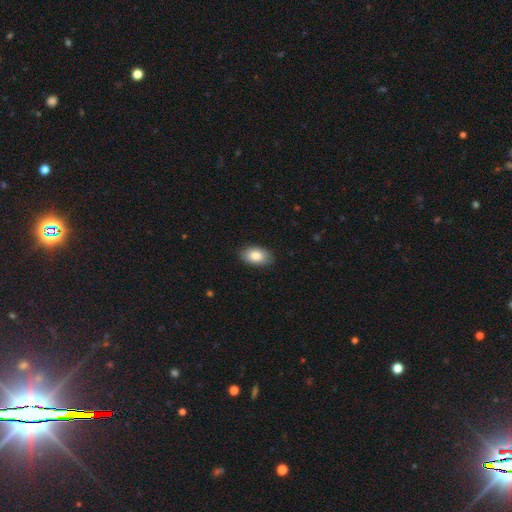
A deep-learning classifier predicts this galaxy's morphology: Smooth or featured? smooth (85%)
How rounded? in between (93%)
Merging? none (87%)